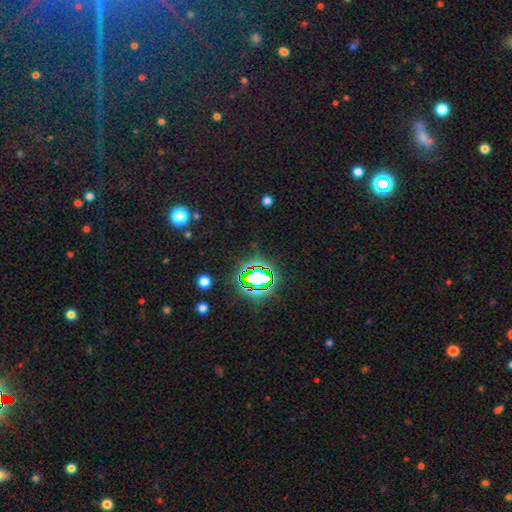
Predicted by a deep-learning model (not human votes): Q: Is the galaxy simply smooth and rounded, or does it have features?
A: star or artifact — 80%.